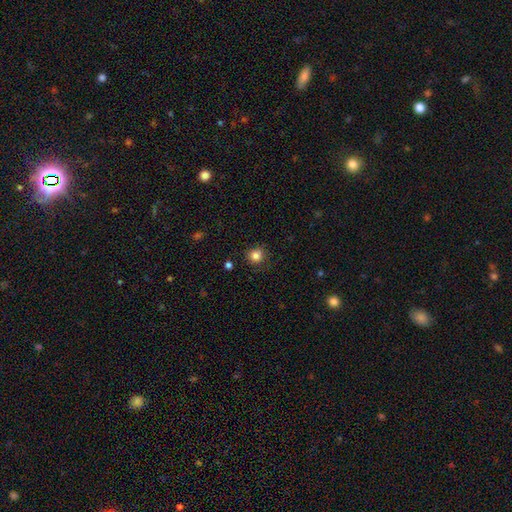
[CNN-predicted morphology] smooth 84%, star or artifact 12%, featured or disk 5%. Down the decision tree: how rounded — round (91%); merging — none (86%).